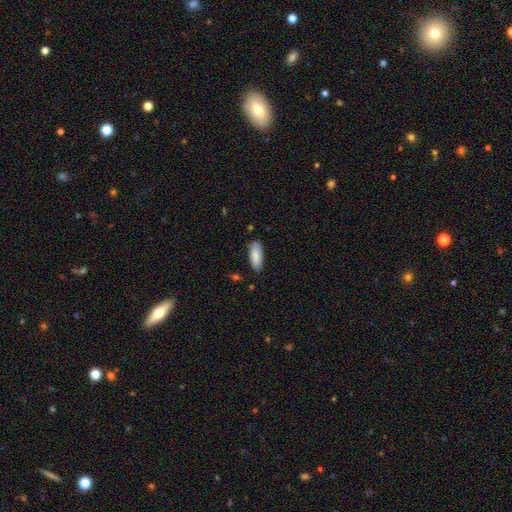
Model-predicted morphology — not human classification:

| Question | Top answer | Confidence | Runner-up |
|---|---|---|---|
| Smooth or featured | smooth | 87% | featured or disk (7%) |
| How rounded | in between | 80% | cigar-shaped (19%) |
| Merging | none | 80% | minor disturbance (15%) |